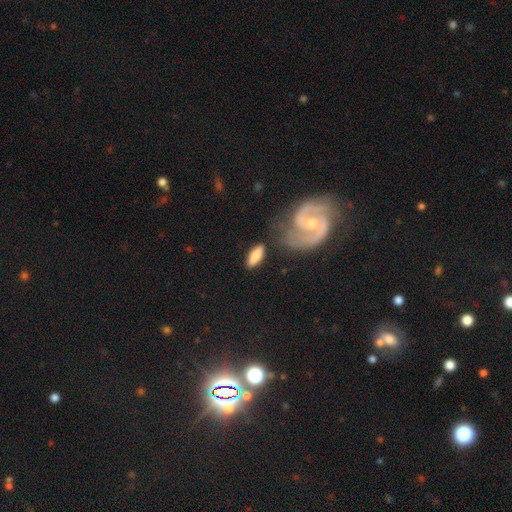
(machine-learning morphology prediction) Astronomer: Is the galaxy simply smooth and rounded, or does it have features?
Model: smooth — 69%.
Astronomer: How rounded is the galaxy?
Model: in between — 70%.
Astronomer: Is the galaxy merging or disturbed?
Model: none — 71%.